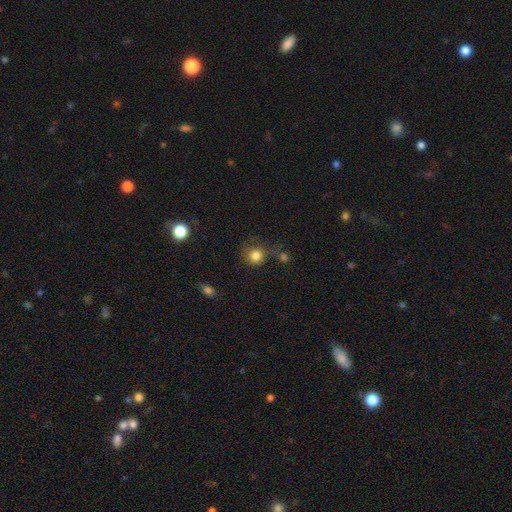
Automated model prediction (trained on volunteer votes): Overall: smooth (82%). How rounded: round (88%). Merging: none (57%; minor disturbance 20%).